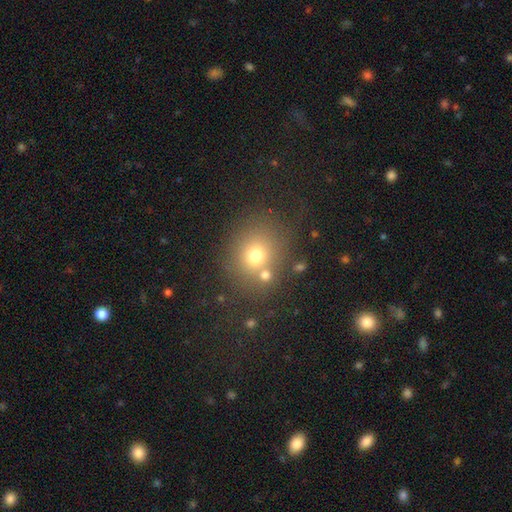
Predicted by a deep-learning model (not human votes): smooth_or_featured: smooth (p=0.70) [alt: star or artifact p=0.18]
how_rounded: round (p=0.76) [alt: in between p=0.23]
merging: none (p=0.67) [alt: merger p=0.15]